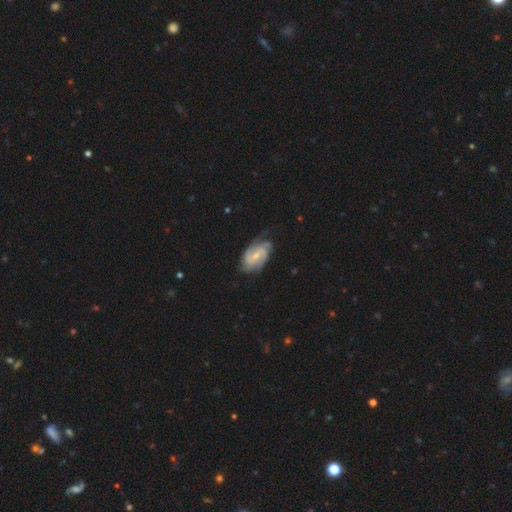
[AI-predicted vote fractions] A featured or disk galaxy (77%) with no bar (51%), 2 (47%) tight (46%) spiral arms (93%) and a small central bulge (52%). Merging: none (59%).